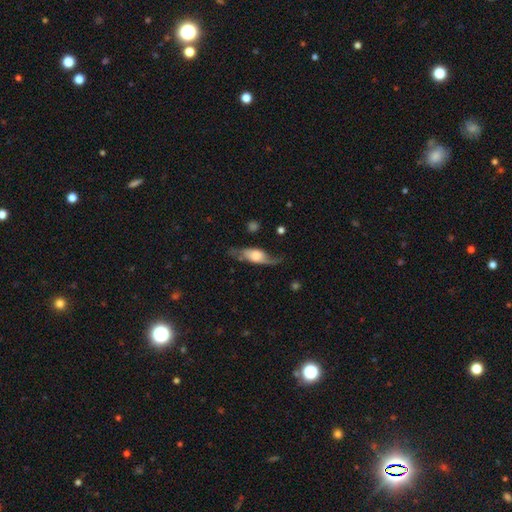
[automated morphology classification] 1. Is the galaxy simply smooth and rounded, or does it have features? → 58% featured or disk, 36% smooth, 6% star or artifact.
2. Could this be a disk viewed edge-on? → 56% no, 44% yes.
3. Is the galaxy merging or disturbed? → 58% none, 25% minor disturbance, 14% major disturbance, 3% merger.